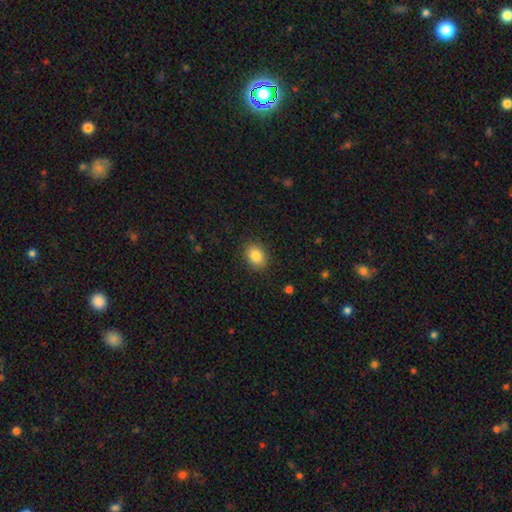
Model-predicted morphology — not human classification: type=smooth (85%); roundness=in between (64%); merging=none (88%).